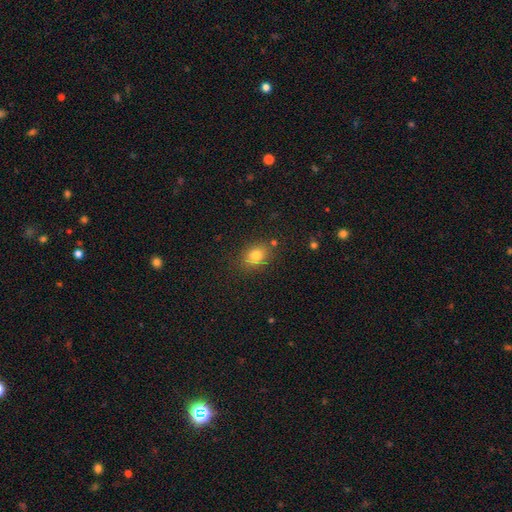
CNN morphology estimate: smooth 78%, star or artifact 12%, featured or disk 10%. Down the decision tree: how rounded — in between (62%); merging — none (82%).